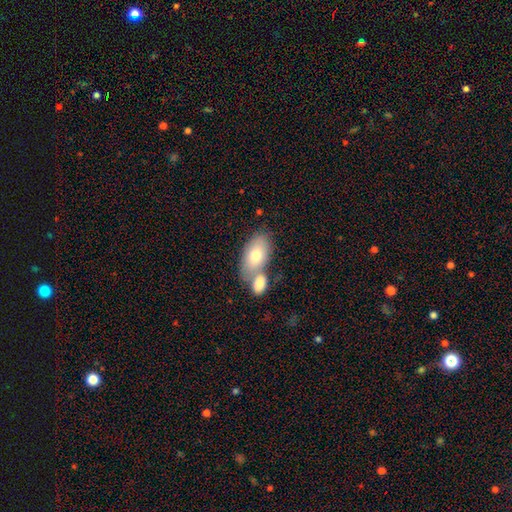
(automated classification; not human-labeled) Morphology: type=smooth (73%); roundness=in between (92%); merging=merger (46%).